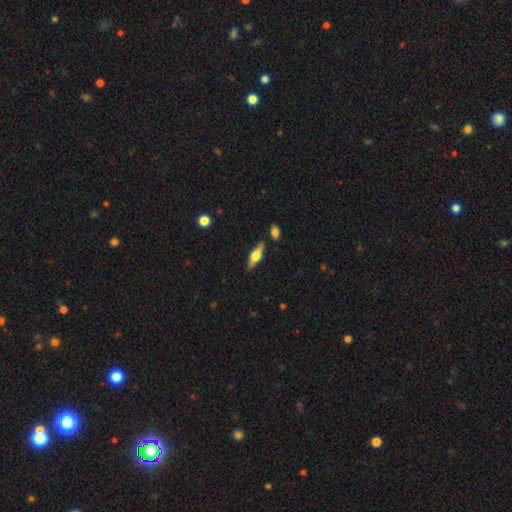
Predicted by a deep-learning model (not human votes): This is likely a featured or disk galaxy (60%). It is clearly viewed edge-on (95%). Edge-on bulge: clearly rounded (91%). Merging: clearly none (84%).